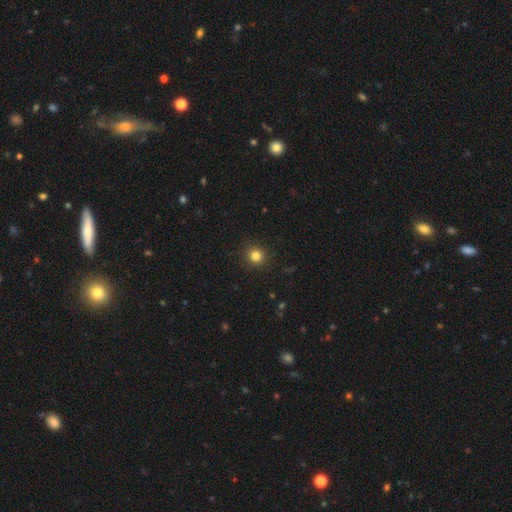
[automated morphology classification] Smooth or featured: smooth — 82% (star or artifact — 13%)
How rounded: round — 90% (in between — 9%)
Merging: none — 91% (minor disturbance — 6%)